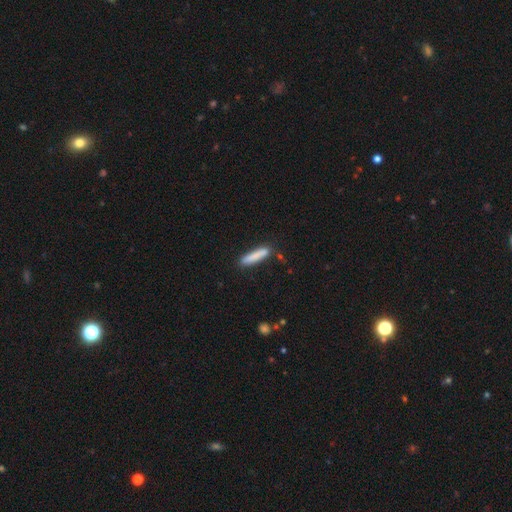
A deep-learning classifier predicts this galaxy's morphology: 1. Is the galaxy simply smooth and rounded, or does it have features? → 84% smooth, 10% featured or disk, 6% star or artifact.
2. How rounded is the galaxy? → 87% cigar-shaped, 12% in between, 1% round.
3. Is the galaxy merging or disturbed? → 84% none, 11% minor disturbance, 3% merger, 2% major disturbance.